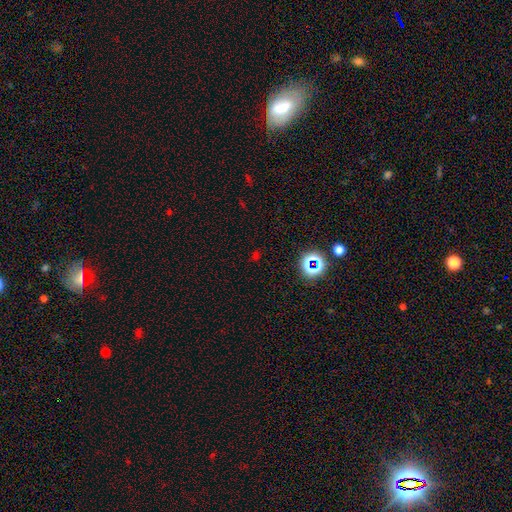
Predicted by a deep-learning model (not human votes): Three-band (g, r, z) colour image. It shows a star or artifact, not a galaxy (61%).